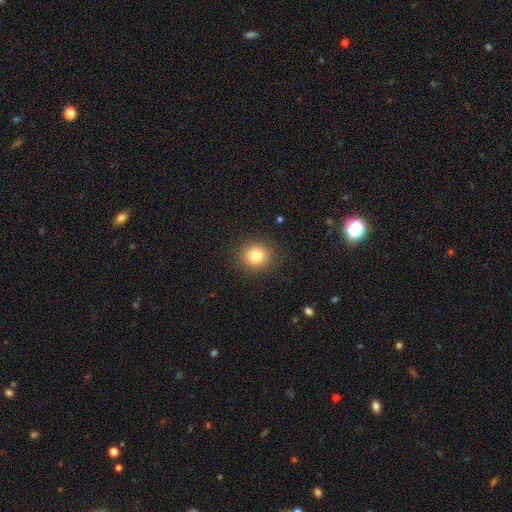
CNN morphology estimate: smooth-or-featured: smooth: 82% | star or artifact: 12% | featured or disk: 7%
  how-rounded: round: 84% | in between: 15% | cigar-shaped: 1%
  merging: none: 89% | minor disturbance: 8% | major disturbance: 3% | merger: 1%